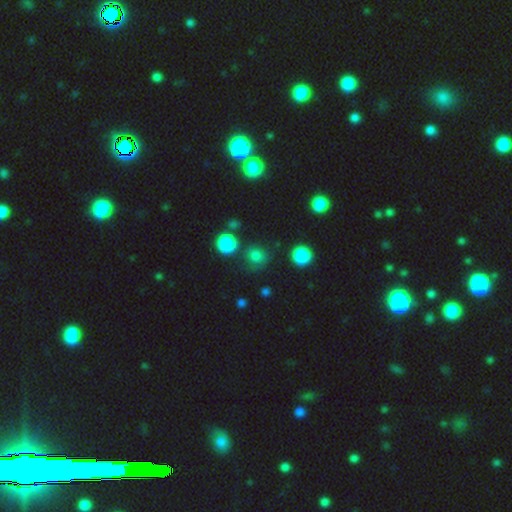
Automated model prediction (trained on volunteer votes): Smooth or featured? Predicted: smooth (p=0.77). How rounded? Predicted: round (p=0.86). Merging? Predicted: none (p=0.73).